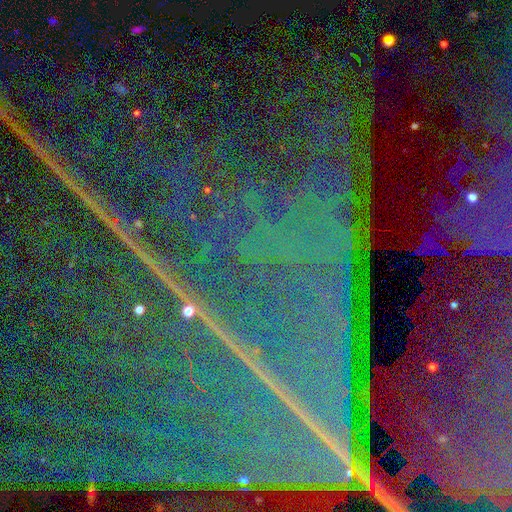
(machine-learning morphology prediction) star or artifact 88%, featured or disk 7%, smooth 5%.